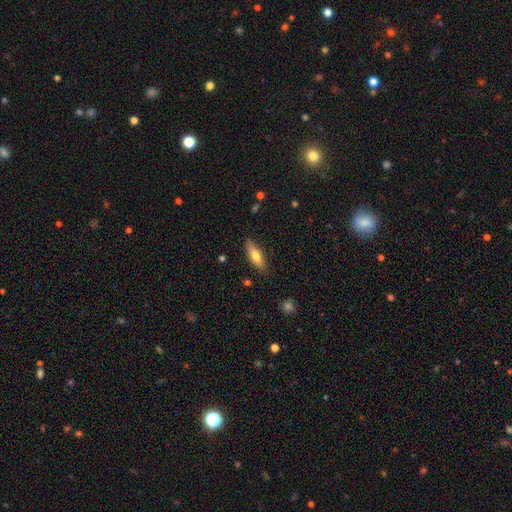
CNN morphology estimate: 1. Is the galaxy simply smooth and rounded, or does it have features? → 67% smooth, 27% featured or disk, 6% star or artifact.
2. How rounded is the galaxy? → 53% cigar-shaped, 45% in between, 2% round.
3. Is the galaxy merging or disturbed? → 86% none, 11% minor disturbance, 2% major disturbance, 1% merger.